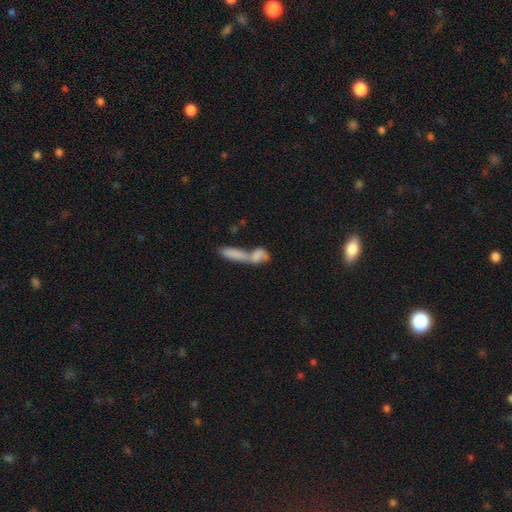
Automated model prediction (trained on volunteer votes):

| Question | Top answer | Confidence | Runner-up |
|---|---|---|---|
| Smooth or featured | smooth | 69% | featured or disk (22%) |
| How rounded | in between | 55% | cigar-shaped (37%) |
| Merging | merger | 71% | none (16%) |